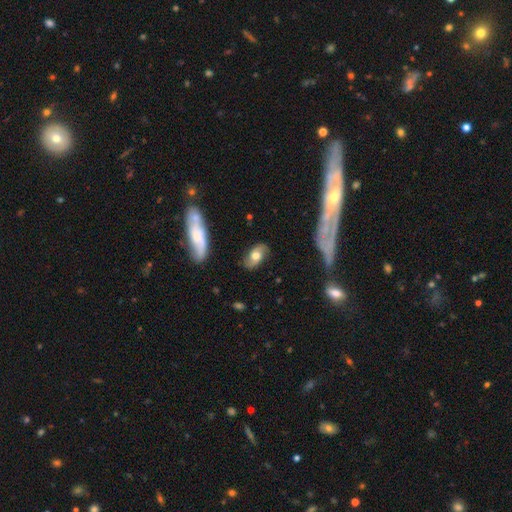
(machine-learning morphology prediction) Smooth or featured? featured or disk (52%)
Edge-on disk? no (89%)
Merging? none (77%)